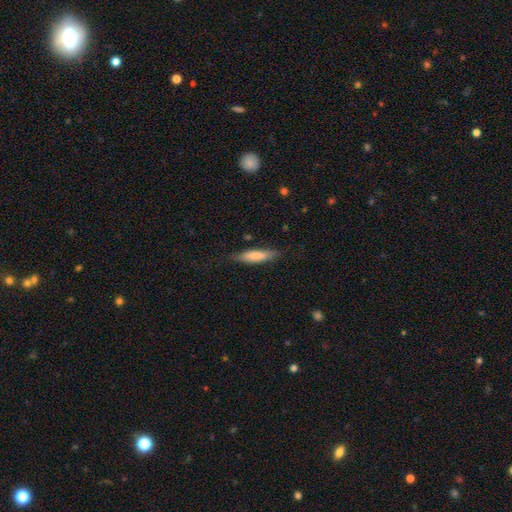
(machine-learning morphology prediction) This appears to be a smooth galaxy with no disk features (76%) that is cigar-shaped (73%). Merging: none (77%).